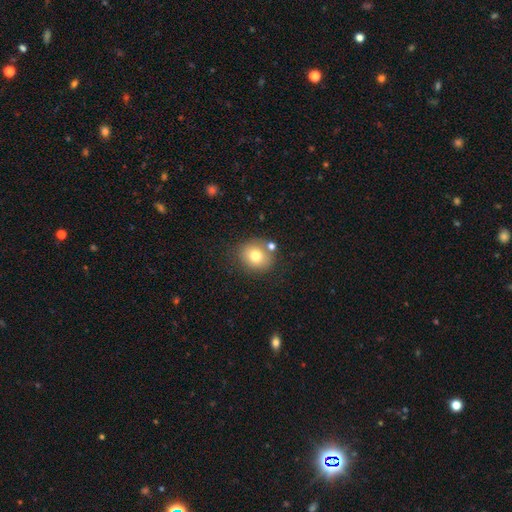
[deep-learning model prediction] The model was most divided on "how rounded": round: 76%, in between: 24%, cigar-shaped: 1%. More confident: smooth or featured — smooth (76%); merging — none (73%).